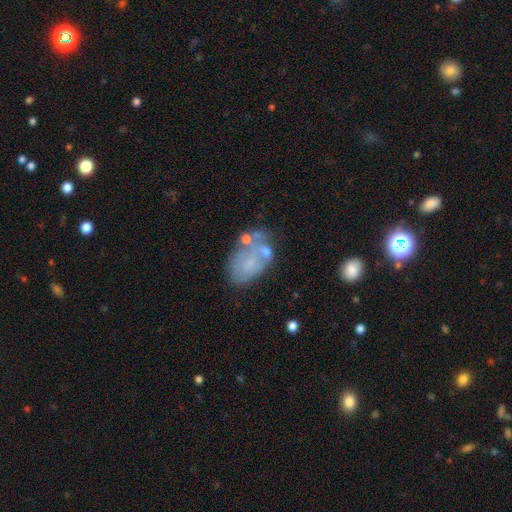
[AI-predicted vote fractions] This is marginally a featured or disk galaxy (45%). Merging: marginally none (42%).